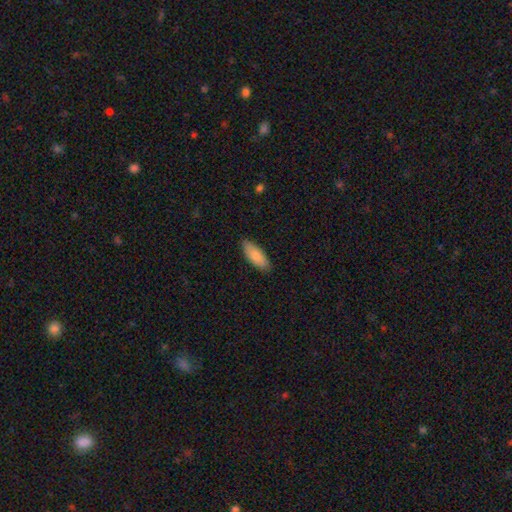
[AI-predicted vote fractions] Morphology: type=smooth (85%); roundness=in between (71%); merging=none (87%).